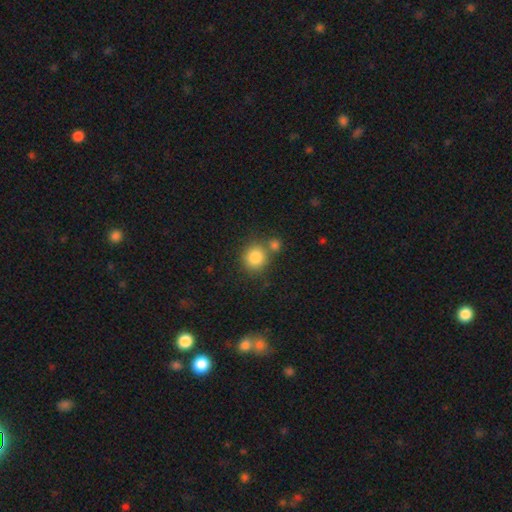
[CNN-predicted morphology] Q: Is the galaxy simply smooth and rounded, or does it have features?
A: smooth — 84%.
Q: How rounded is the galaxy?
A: round — 87%.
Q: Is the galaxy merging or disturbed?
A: none — 63%.